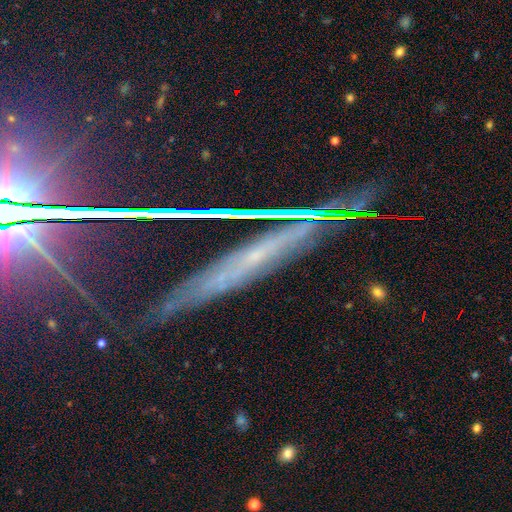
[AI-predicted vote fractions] Smooth or featured? Predicted: featured or disk (p=0.52). Edge-on disk? Predicted: yes (p=0.78). Merging? Predicted: none (p=0.81).